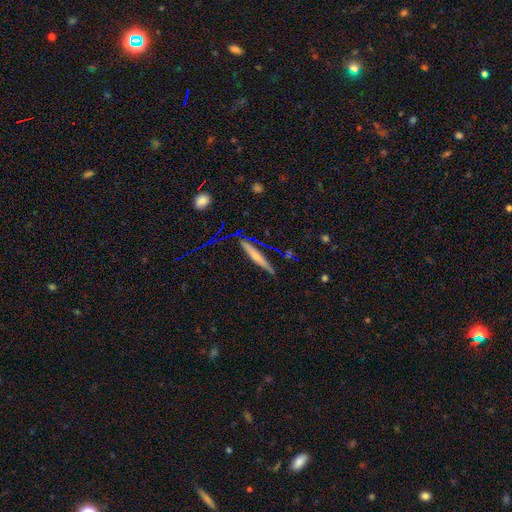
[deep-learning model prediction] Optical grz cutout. It shows a smooth galaxy with no disk features (49%). Merging: none (87%).